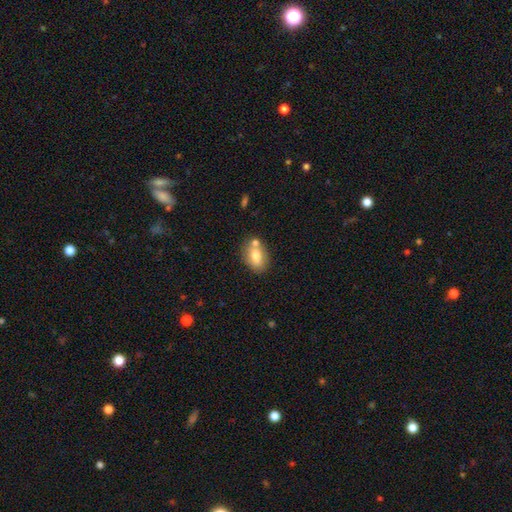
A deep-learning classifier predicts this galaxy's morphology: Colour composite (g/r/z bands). It shows a smooth galaxy with no disk features (74%) that is in between round and cigar-shaped (81%). Merging: none (64%).